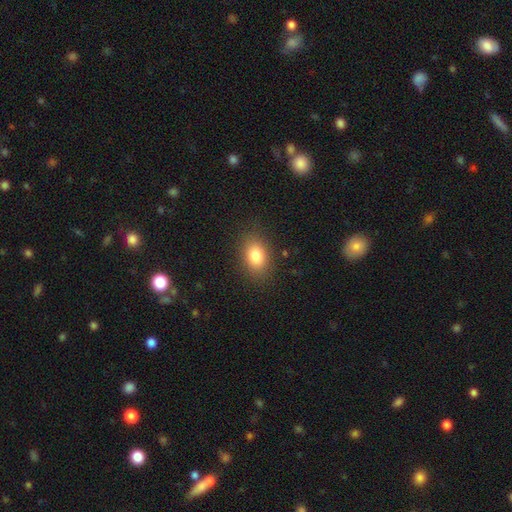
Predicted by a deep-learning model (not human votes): This appears to be a smooth galaxy with no disk features (82%) that is in between round and cigar-shaped (80%). Merging: none (85%).